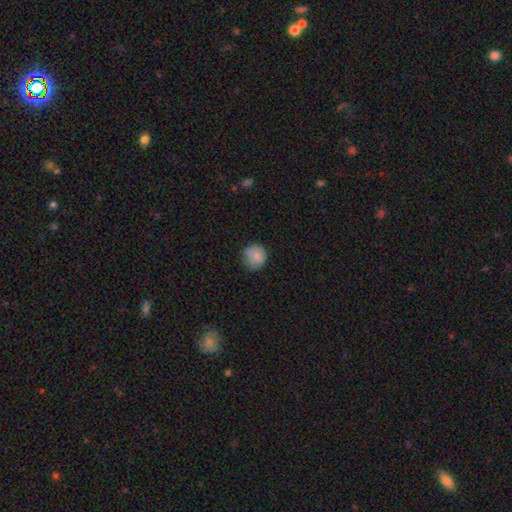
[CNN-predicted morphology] Smooth or featured? smooth (83%)
How rounded? round (87%)
Merging? none (74%)